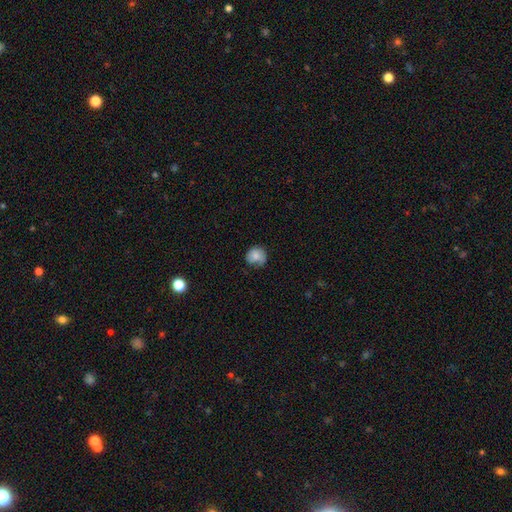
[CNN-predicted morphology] Overall: smooth (74%). How rounded: round (78%). Merging: none (59%; minor disturbance 30%).